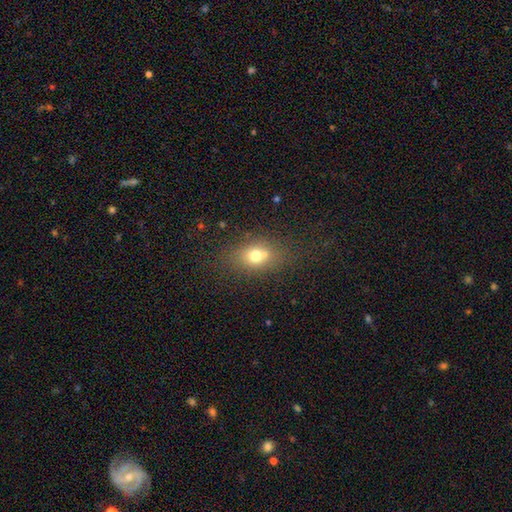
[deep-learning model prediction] The model was most divided on "how rounded": in between: 58%, round: 40%, cigar-shaped: 2%. More confident: smooth or featured — smooth (68%); merging — none (55%).